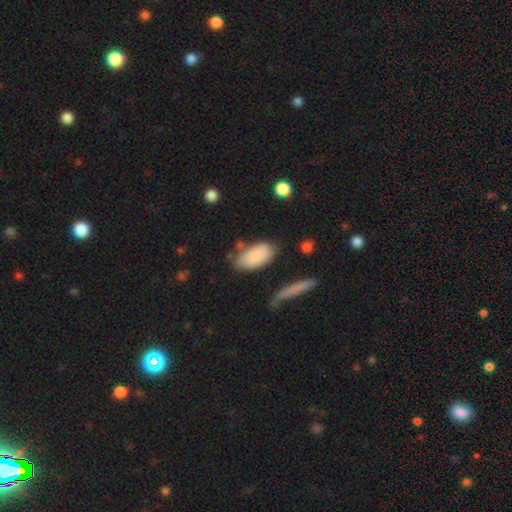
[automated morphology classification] This appears to be a smooth galaxy with no disk features (82%) that is in between round and cigar-shaped (93%). Merging: none (66%).